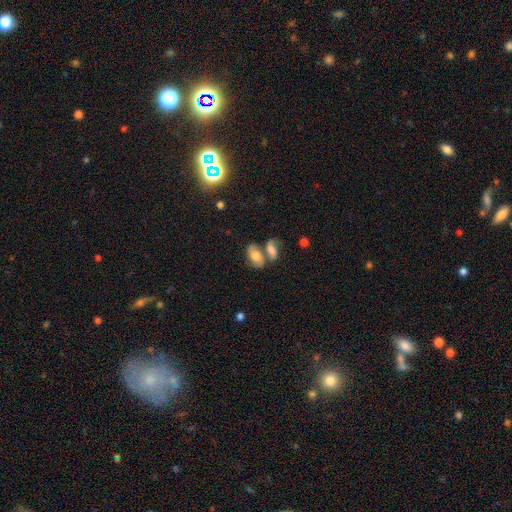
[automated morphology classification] This is possibly a smooth galaxy (59%). How rounded: clearly in between (88%). Merging: marginally merger (43%).